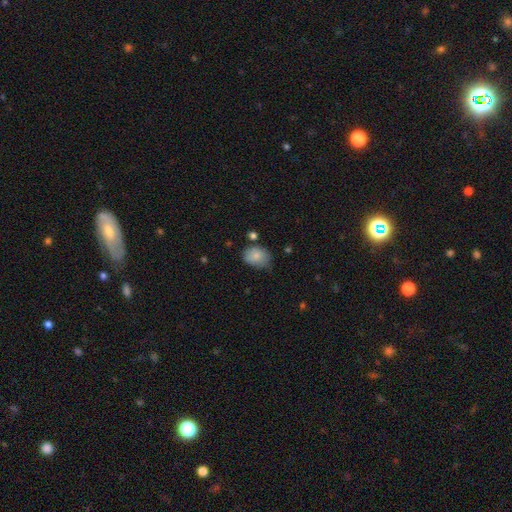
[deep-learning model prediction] Smooth or featured?
  - smooth: 83% *
  - featured or disk: 9%
  - star or artifact: 8%
How rounded?
  - in between: 67% *
  - round: 32%
  - cigar-shaped: 1%
Merging?
  - none: 57% *
  - minor disturbance: 31%
  - major disturbance: 7%
  - merger: 5%